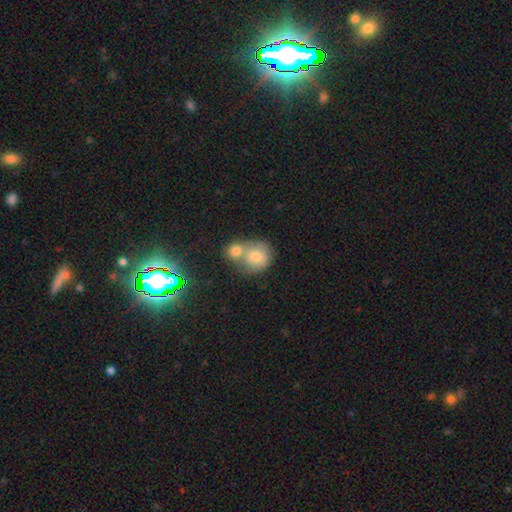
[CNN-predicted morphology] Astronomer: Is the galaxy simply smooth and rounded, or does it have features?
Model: smooth — 64%.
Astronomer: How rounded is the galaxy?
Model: round — 77%.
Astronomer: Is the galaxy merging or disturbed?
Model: merger — 59%.